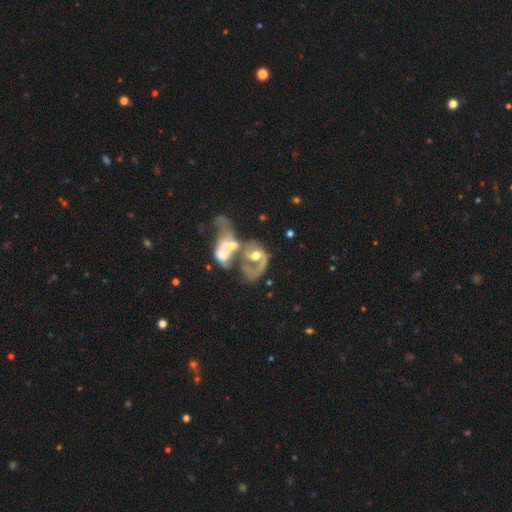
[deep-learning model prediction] A featured or disk galaxy (74%) with no bar (69%), spiral arms (64%) and a moderate central bulge (62%). Merging: merger (71%).